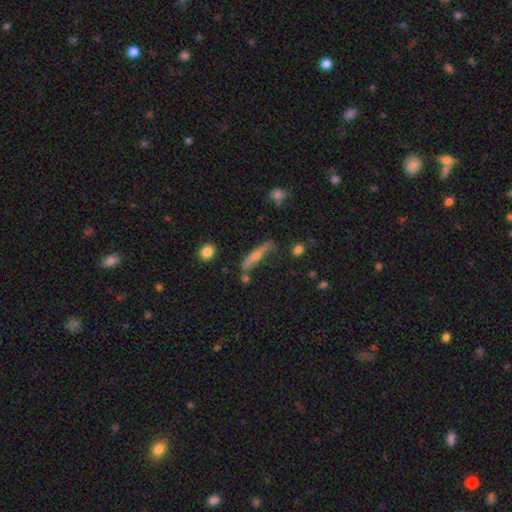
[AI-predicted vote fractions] A smooth galaxy with no disk features (50%) that is cigar-shaped (84%).

Vote fractions:
- Smooth or featured? smooth: 50% / featured or disk: 40% / star or artifact: 10%
- How rounded? cigar-shaped: 84% / in between: 13% / round: 3%
- Merging? none: 64% / minor disturbance: 21% / merger: 8% / major disturbance: 7%